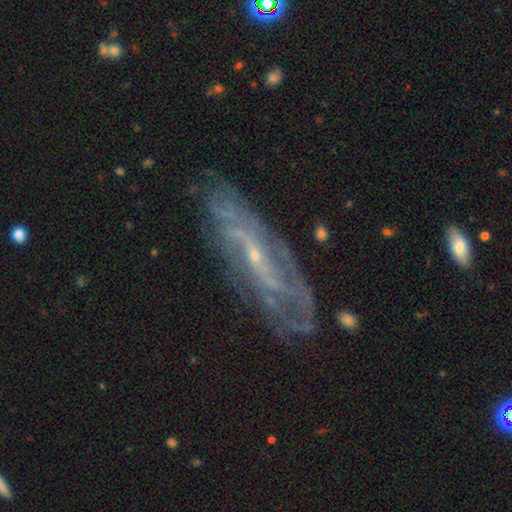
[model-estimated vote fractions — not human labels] Smooth or featured?
  - featured or disk: 80% *
  - smooth: 12%
  - star or artifact: 8%
Edge-on disk?
  - no: 73% *
  - yes: 27%
Bar?
  - weak: 40% *
  - no: 38%
  - strong: 22%
Spiral arms?
  - yes: 81% *
  - no: 19%
Bulge size?
  - small: 78% *
  - moderate: 16%
  - none: 5%
  - large: 1%
  - dominant: 1%
Merging?
  - none: 75% *
  - minor disturbance: 16%
  - major disturbance: 7%
  - merger: 2%